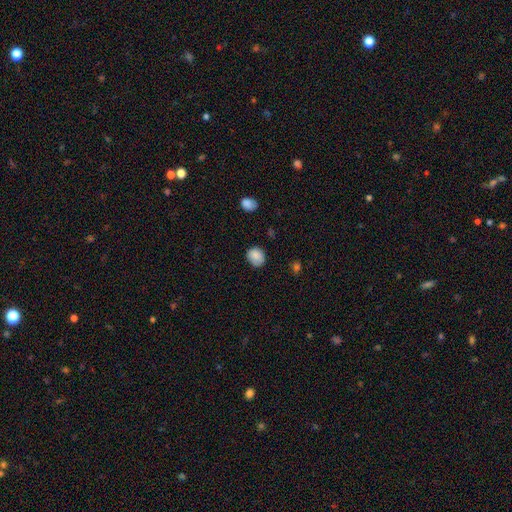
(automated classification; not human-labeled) Q: Smooth or featured?
A: smooth (85%); runner-up: star or artifact (9%)
Q: How rounded?
A: round (65%); runner-up: in between (34%)
Q: Merging?
A: none (72%); runner-up: minor disturbance (22%)